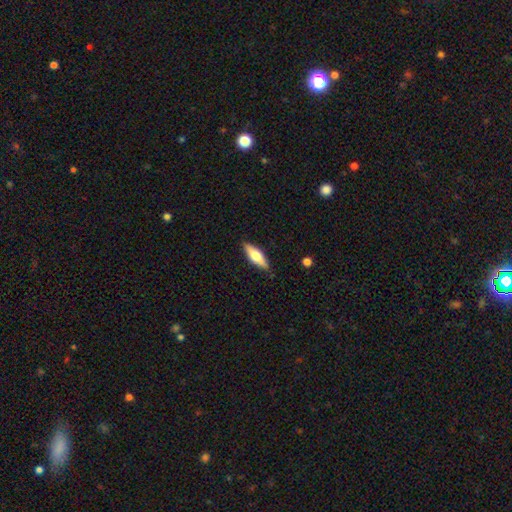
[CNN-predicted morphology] smooth-or-featured: smooth: 58% | featured or disk: 37% | star or artifact: 6%
  how-rounded: in between: 52% | cigar-shaped: 46% | round: 2%
  merging: none: 87% | minor disturbance: 10% | major disturbance: 2% | merger: 1%